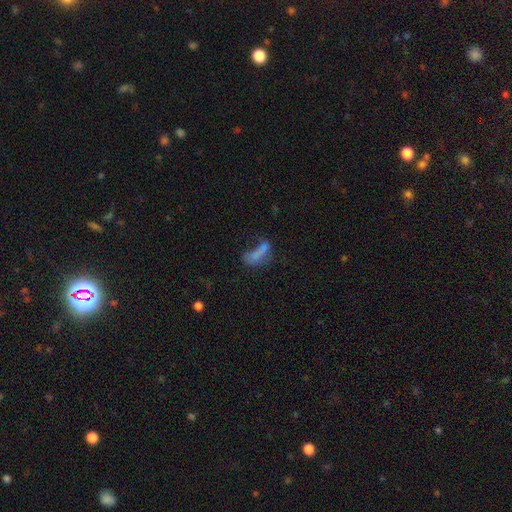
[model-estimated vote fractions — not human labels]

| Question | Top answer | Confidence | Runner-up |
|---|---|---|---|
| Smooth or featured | smooth | 59% | featured or disk (24%) |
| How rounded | in between | 48% | cigar-shaped (47%) |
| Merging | major disturbance | 32% | none (30%) |